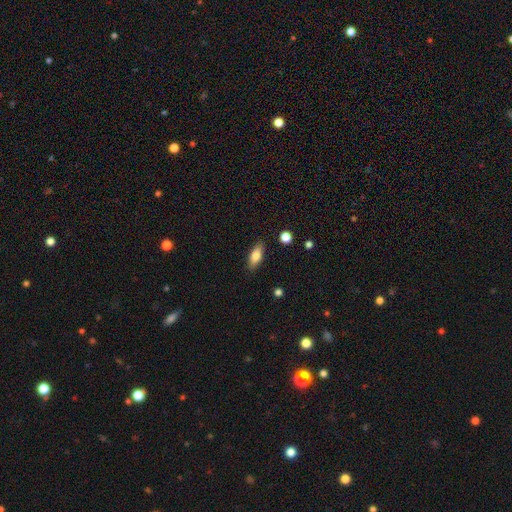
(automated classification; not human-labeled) smooth_or_featured: smooth (p=0.76) [alt: featured or disk p=0.17]
how_rounded: in between (p=0.76) [alt: cigar-shaped p=0.21]
merging: none (p=0.87) [alt: minor disturbance p=0.10]